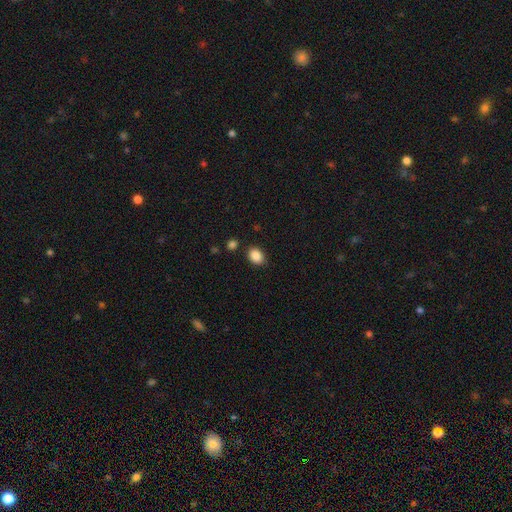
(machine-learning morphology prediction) Overall: smooth (88%). How rounded: in between (72%). Merging: none (84%).